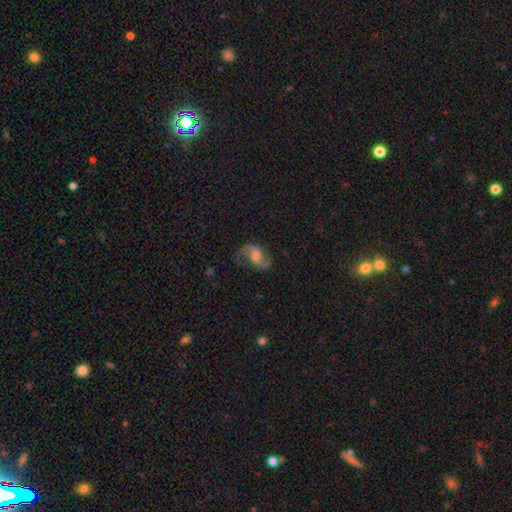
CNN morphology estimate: Overall: featured or disk (80%). Edge-on disk: no (97%). Bar: weak (48%; no 40%). Spiral arms: yes (95%). Spiral arm count: 2 (92%). Spiral winding: loose (61%; medium 33%). Bulge size: moderate (47%; small 28%). Merging: none (74%).